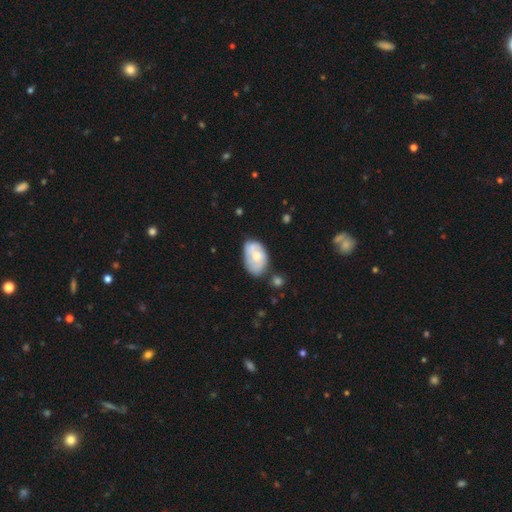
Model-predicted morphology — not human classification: The model was most divided on "smooth or featured": smooth: 52%, featured or disk: 42%, star or artifact: 6%. More confident: how rounded — in between (88%); merging — none (52%).